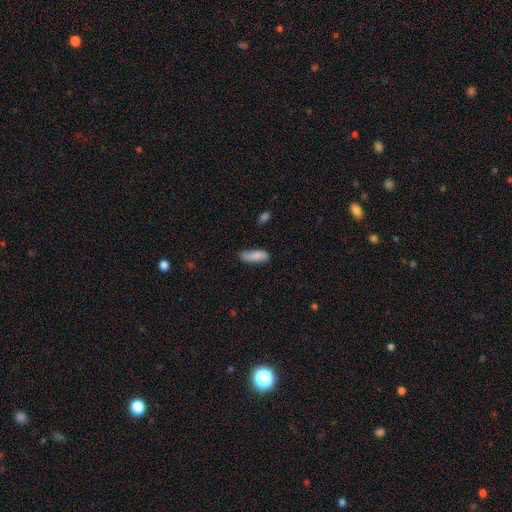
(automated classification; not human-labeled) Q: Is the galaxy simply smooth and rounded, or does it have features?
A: smooth — 83%.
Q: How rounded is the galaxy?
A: in between — 59%.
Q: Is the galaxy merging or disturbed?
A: none — 76%.